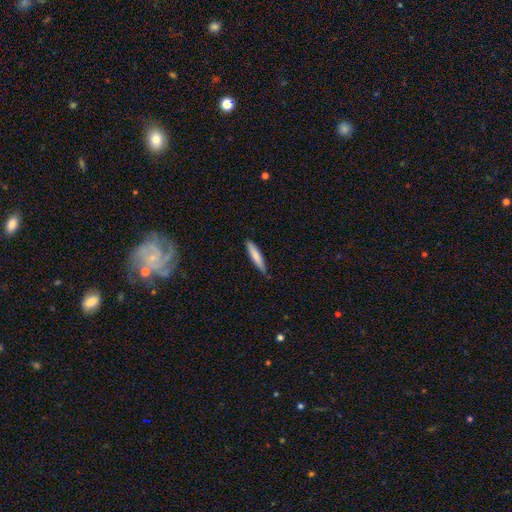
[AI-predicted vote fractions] Smooth or featured?
  - smooth: 76% *
  - featured or disk: 18%
  - star or artifact: 6%
How rounded?
  - cigar-shaped: 87% *
  - in between: 11%
  - round: 1%
Merging?
  - none: 81% *
  - minor disturbance: 16%
  - major disturbance: 2%
  - merger: 1%